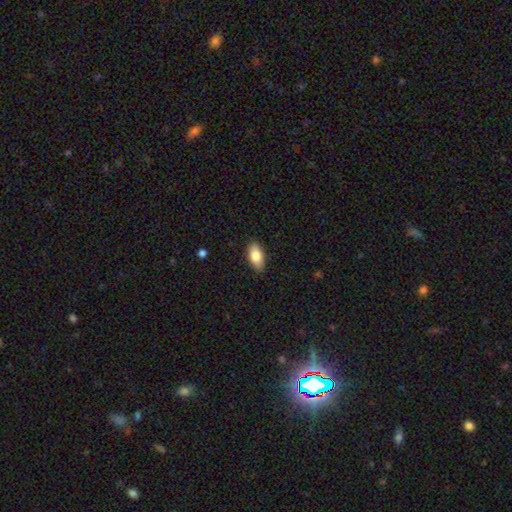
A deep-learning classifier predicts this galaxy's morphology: This appears to be a smooth galaxy with no disk features (84%) that is in between round and cigar-shaped (91%). Merging: none (87%).